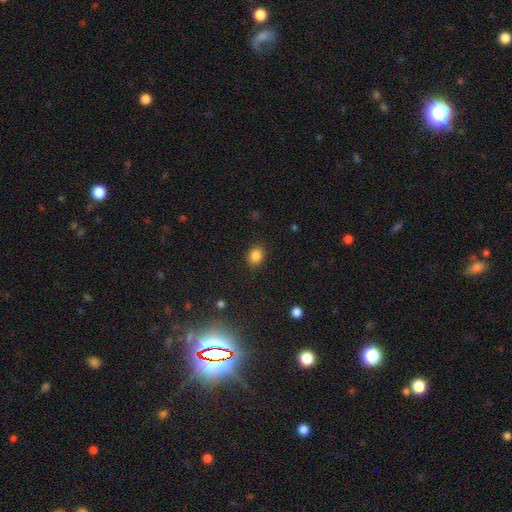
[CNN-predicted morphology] smooth_or_featured: smooth (p=0.85) [alt: star or artifact p=0.11]
how_rounded: round (p=0.56) [alt: in between p=0.43]
merging: none (p=0.87) [alt: minor disturbance p=0.09]